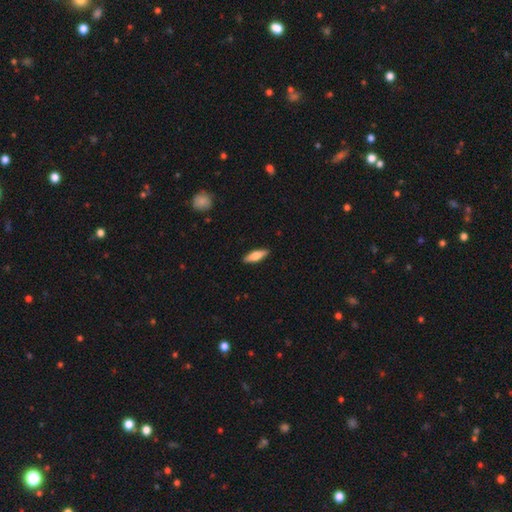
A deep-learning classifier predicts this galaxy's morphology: This is likely a smooth galaxy (74%). How rounded: possibly cigar-shaped (55%). Merging: clearly none (90%).